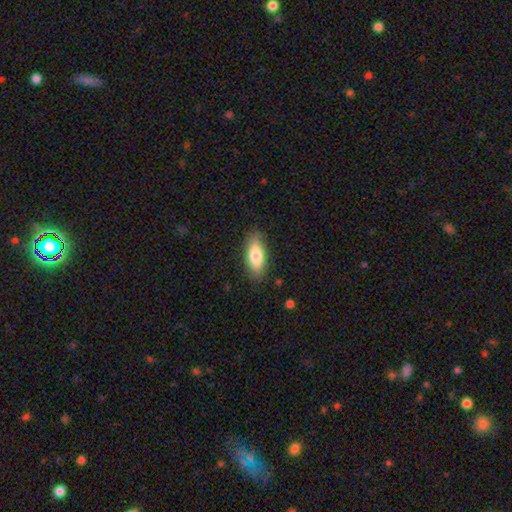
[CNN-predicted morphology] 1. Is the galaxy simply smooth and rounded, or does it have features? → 77% smooth, 17% featured or disk, 6% star or artifact.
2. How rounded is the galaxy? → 78% in between, 19% cigar-shaped, 3% round.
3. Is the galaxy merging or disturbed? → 83% none, 13% minor disturbance, 3% major disturbance, 1% merger.